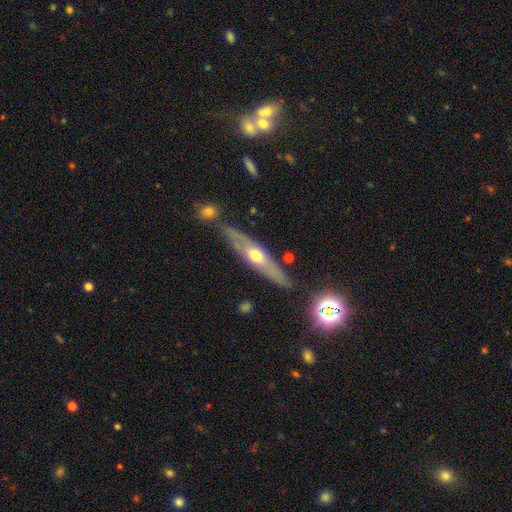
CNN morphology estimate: A featured or disk galaxy (63%) viewed edge-on (77%).

Vote fractions:
- Smooth or featured? featured or disk: 63% / smooth: 31% / star or artifact: 6%
- Edge-on disk? yes: 77% / no: 23%
- Merging? none: 79% / minor disturbance: 14% / merger: 4% / major disturbance: 3%